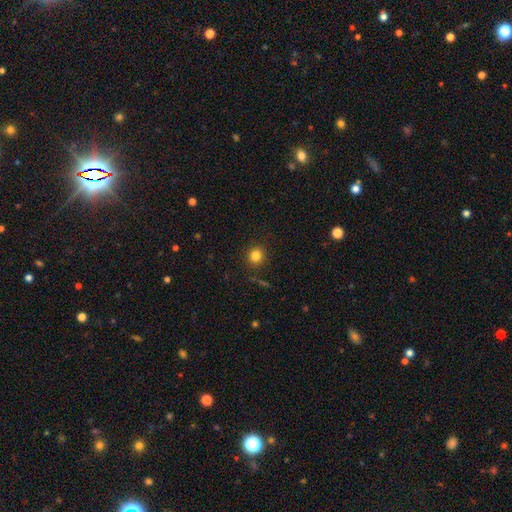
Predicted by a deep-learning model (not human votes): Morphology: type=smooth (82%); roundness=round (90%); merging=none (89%).